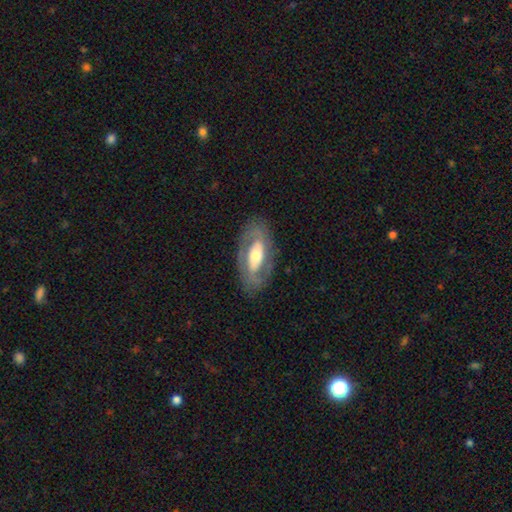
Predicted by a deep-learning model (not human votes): Q: Smooth or featured?
A: featured or disk (71%); runner-up: smooth (24%)
Q: Edge-on disk?
A: no (89%); runner-up: yes (11%)
Q: Bar?
A: no (43%); runner-up: strong (30%)
Q: Spiral arms?
A: yes (63%); runner-up: no (37%)
Q: Bulge size?
A: moderate (63%); runner-up: large (19%)
Q: Merging?
A: none (81%); runner-up: minor disturbance (12%)